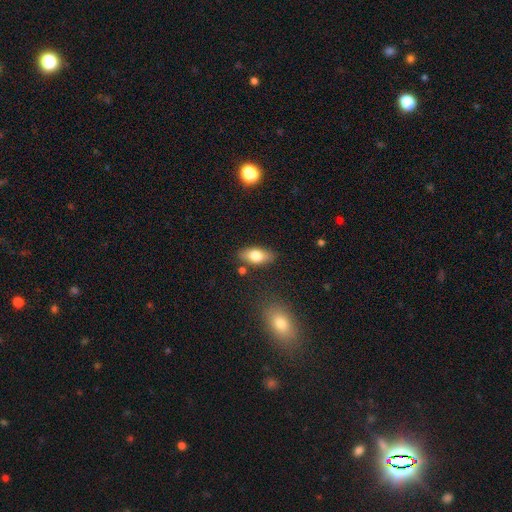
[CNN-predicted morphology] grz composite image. It shows a smooth galaxy with no disk features (76%) that is in between round and cigar-shaped (88%). Merging: none (81%).